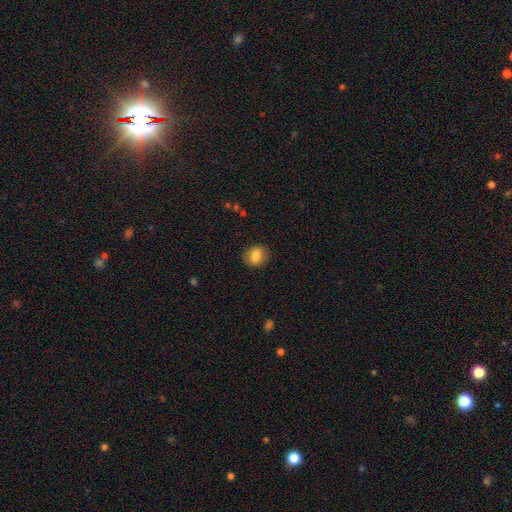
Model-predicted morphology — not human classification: smooth_or_featured: smooth (p=0.82) [alt: featured or disk p=0.09]
how_rounded: round (p=0.66) [alt: in between p=0.33]
merging: none (p=0.87) [alt: minor disturbance p=0.09]